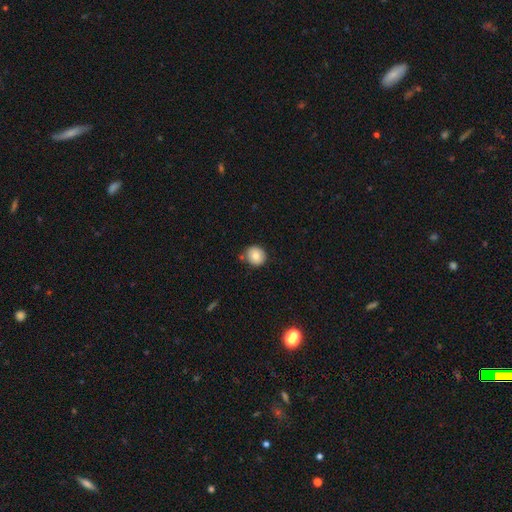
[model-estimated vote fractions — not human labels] This is clearly a smooth galaxy (80%). How rounded: clearly round (89%). Merging: clearly none (81%).